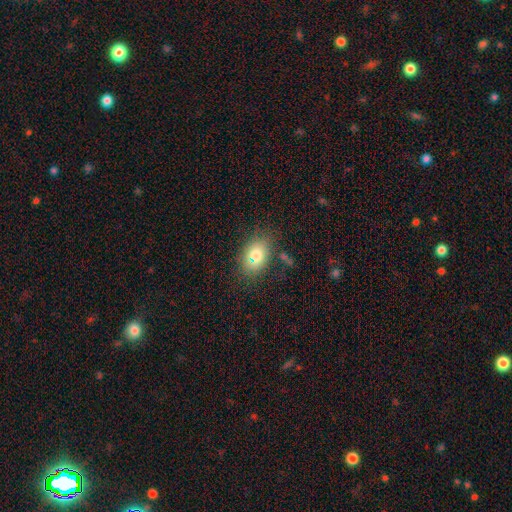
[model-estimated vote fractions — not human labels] This is likely a smooth galaxy (77%). How rounded: clearly in between (82%). Merging: likely none (73%).